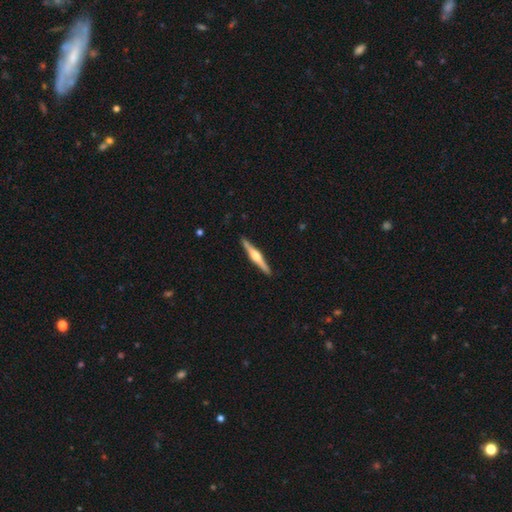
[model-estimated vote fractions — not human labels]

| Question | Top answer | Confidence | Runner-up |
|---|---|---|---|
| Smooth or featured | featured or disk | 75% | smooth (21%) |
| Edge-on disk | yes | 98% | no (2%) |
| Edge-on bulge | rounded | 88% | boxy (8%) |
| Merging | none | 91% | minor disturbance (6%) |